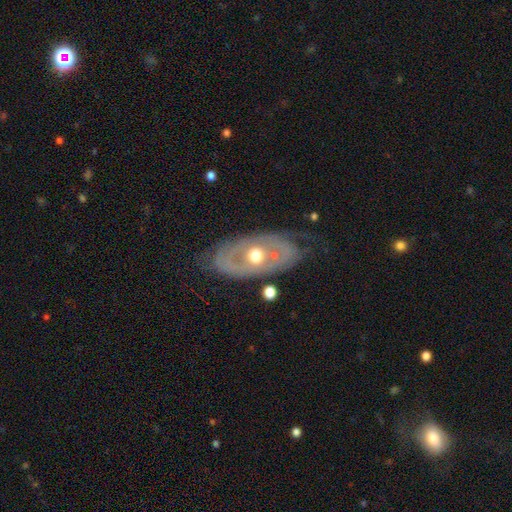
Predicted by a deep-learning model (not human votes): Smooth or featured: featured or disk — 75% (smooth — 20%)
Edge-on disk: no — 91% (yes — 9%)
Bar: no — 83% (weak — 13%)
Spiral arms: no — 55% (yes — 45%)
Bulge size: moderate — 76% (small — 14%)
Merging: none — 65% (minor disturbance — 20%)